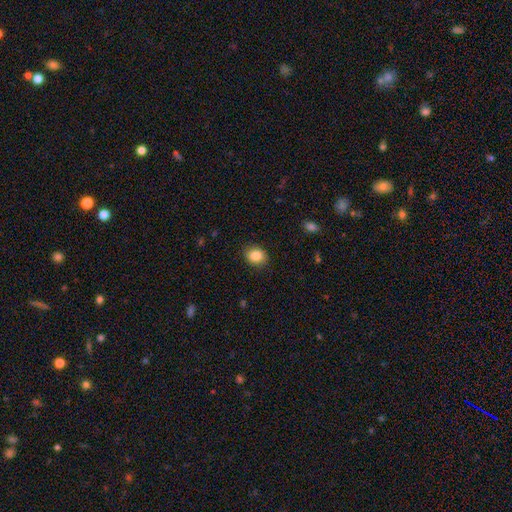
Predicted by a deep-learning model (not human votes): A smooth galaxy with no disk features (86%) that is round (57%). Merging: none (86%).